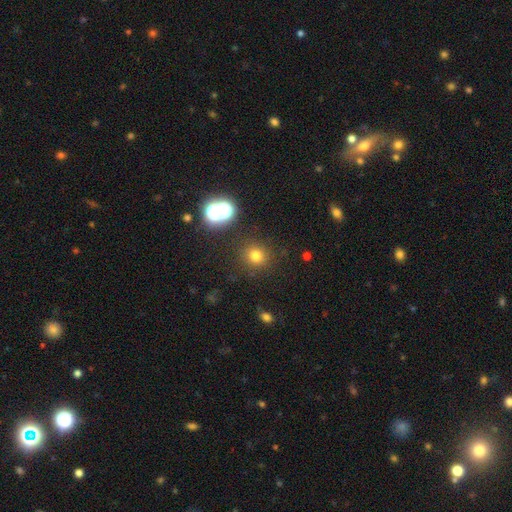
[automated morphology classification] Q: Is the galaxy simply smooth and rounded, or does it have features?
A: smooth — 73%.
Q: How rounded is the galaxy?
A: round — 90%.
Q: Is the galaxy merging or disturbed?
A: none — 88%.